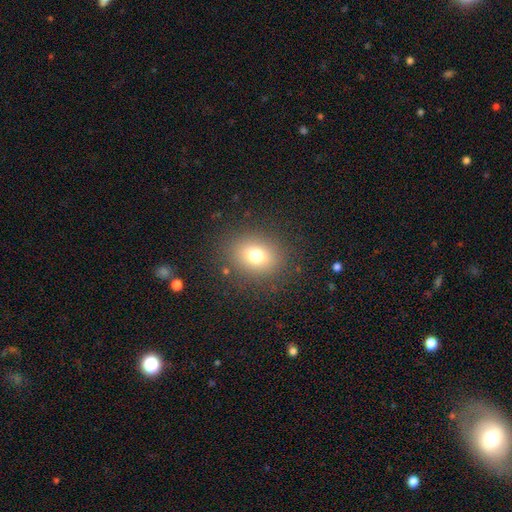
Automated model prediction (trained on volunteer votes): Smooth or featured? smooth (73%)
How rounded? round (59%)
Merging? none (85%)